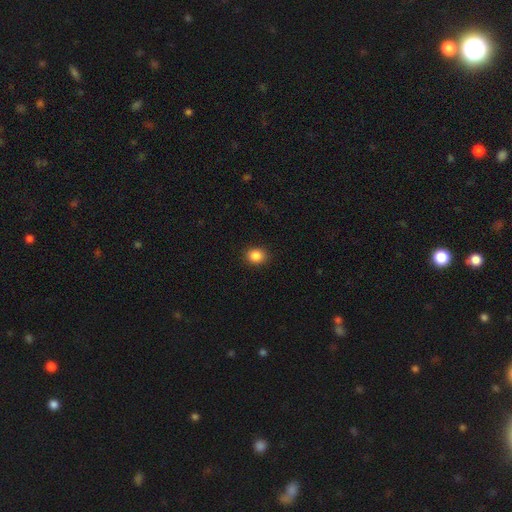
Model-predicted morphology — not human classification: Smooth or featured: smooth — 86% (star or artifact — 10%)
How rounded: round — 66% (in between — 33%)
Merging: none — 89% (minor disturbance — 8%)